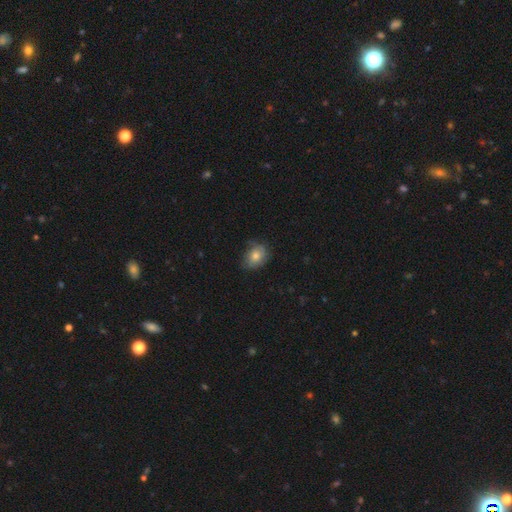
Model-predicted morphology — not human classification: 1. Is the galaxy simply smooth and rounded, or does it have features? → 76% smooth, 15% featured or disk, 9% star or artifact.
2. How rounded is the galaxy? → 59% in between, 40% round, 1% cigar-shaped.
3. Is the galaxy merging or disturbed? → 69% none, 25% minor disturbance, 5% major disturbance, 1% merger.